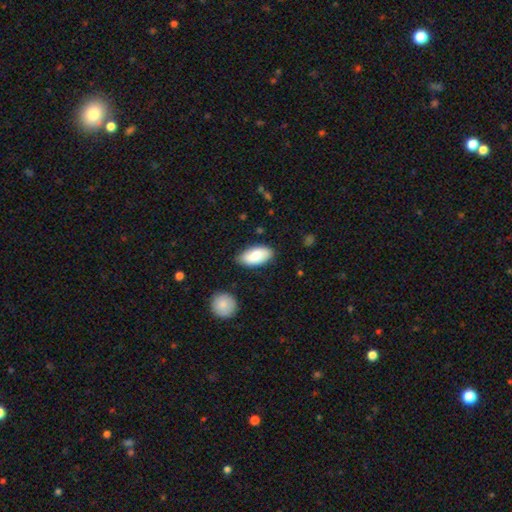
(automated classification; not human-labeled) Q: Smooth or featured?
A: smooth (80%); runner-up: featured or disk (14%)
Q: How rounded?
A: in between (94%); runner-up: cigar-shaped (4%)
Q: Merging?
A: none (80%); runner-up: minor disturbance (15%)